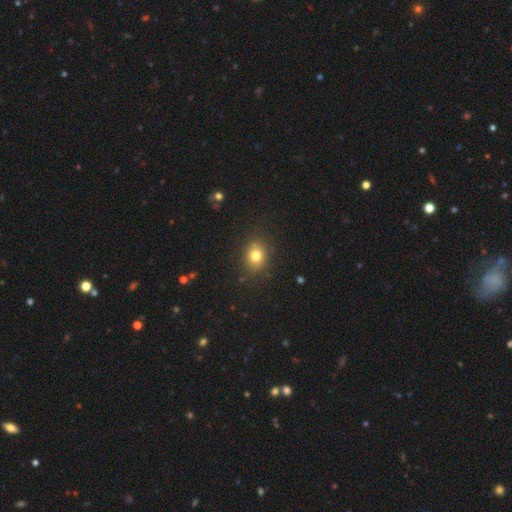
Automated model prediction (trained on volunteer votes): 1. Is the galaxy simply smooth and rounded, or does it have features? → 79% smooth, 12% star or artifact, 9% featured or disk.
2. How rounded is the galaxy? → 58% round, 41% in between, 1% cigar-shaped.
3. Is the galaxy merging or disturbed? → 85% none, 11% minor disturbance, 3% major disturbance, 1% merger.